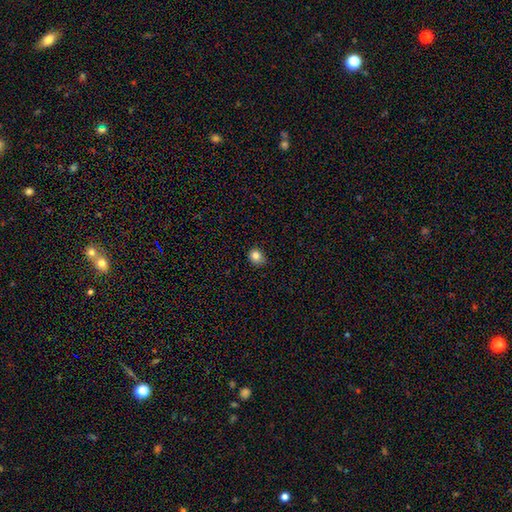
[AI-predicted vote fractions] The model was most divided on "how rounded": round: 65%, in between: 34%, cigar-shaped: 1%. More confident: smooth or featured — smooth (83%); merging — none (79%).